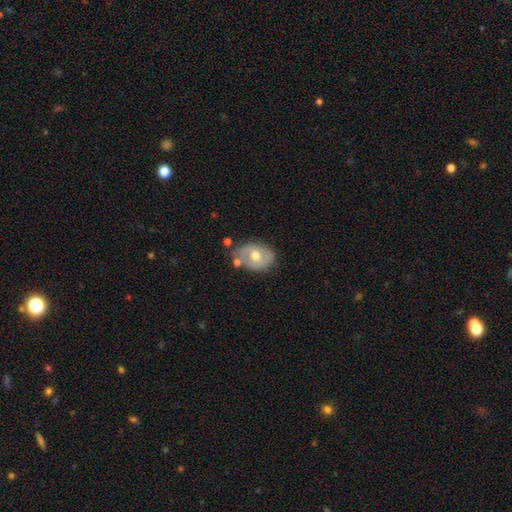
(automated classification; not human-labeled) Q: Smooth or featured?
A: featured or disk (48%); runner-up: smooth (45%)
Q: Merging?
A: none (63%); runner-up: minor disturbance (22%)